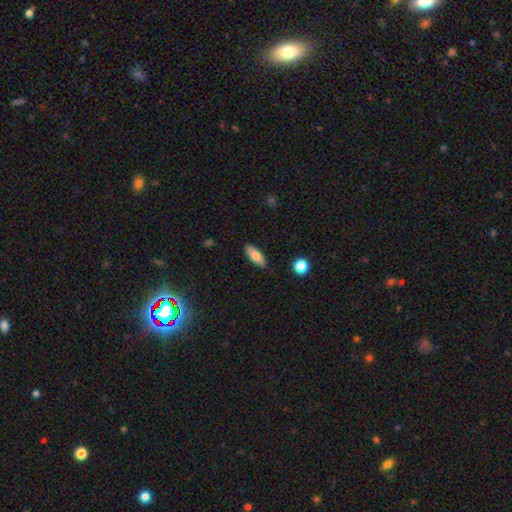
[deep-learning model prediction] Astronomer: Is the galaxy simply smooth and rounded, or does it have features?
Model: smooth — 79%.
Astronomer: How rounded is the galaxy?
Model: in between — 74%.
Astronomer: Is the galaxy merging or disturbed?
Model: none — 86%.